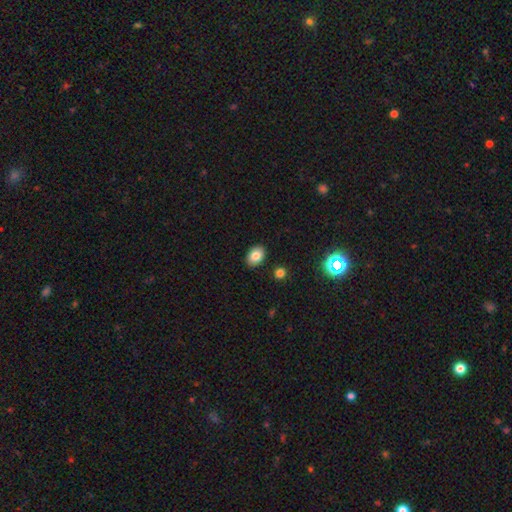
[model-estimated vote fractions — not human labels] This is clearly a smooth galaxy (83%). How rounded: clearly in between (80%). Merging: clearly none (89%).